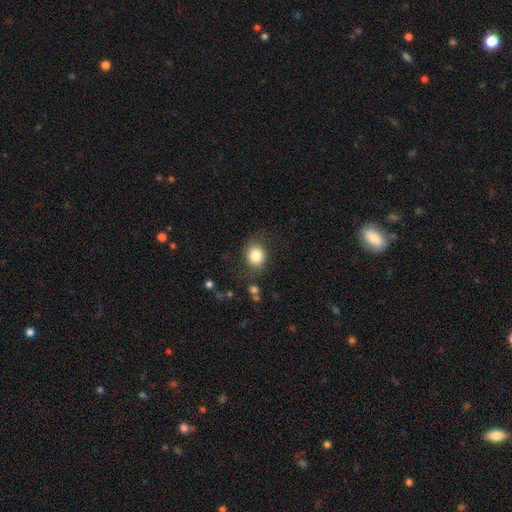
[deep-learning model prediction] Smooth or featured?
  - smooth: 81% *
  - featured or disk: 10%
  - star or artifact: 9%
How rounded?
  - round: 68% *
  - in between: 31%
  - cigar-shaped: 1%
Merging?
  - none: 75% *
  - minor disturbance: 16%
  - major disturbance: 7%
  - merger: 2%